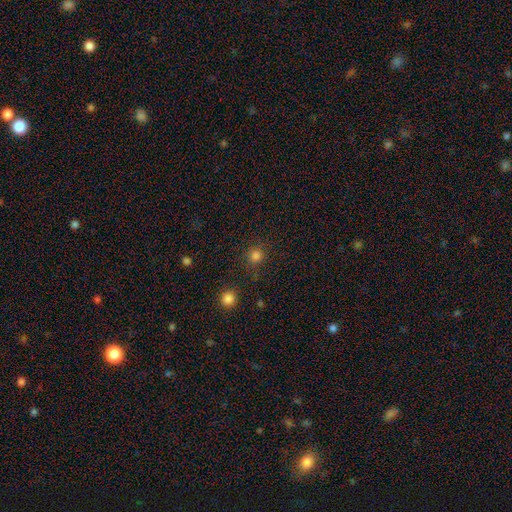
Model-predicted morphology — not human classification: Q: Smooth or featured?
A: smooth (80%); runner-up: star or artifact (15%)
Q: How rounded?
A: round (92%); runner-up: in between (7%)
Q: Merging?
A: none (84%); runner-up: minor disturbance (9%)